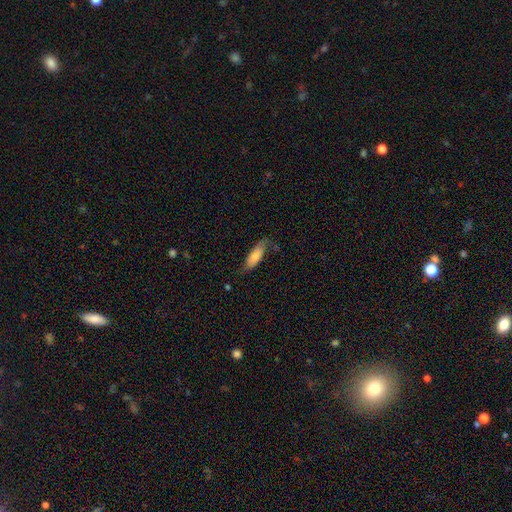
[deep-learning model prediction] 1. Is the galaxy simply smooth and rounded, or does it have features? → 73% smooth, 21% featured or disk, 6% star or artifact.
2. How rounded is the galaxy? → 60% in between, 38% cigar-shaped, 2% round.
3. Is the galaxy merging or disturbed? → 64% none, 27% minor disturbance, 8% major disturbance, 2% merger.